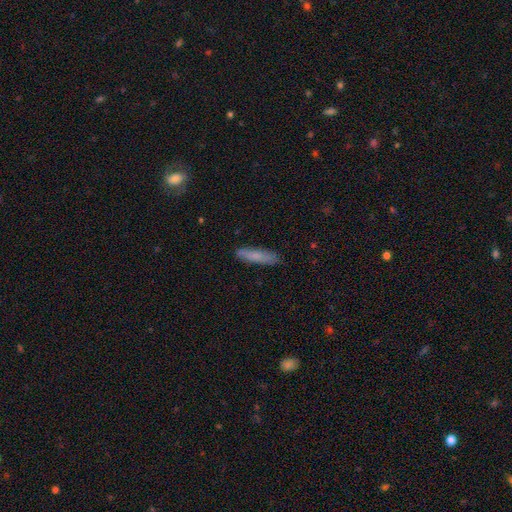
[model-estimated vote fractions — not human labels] Q: Smooth or featured?
A: smooth (79%); runner-up: featured or disk (15%)
Q: How rounded?
A: cigar-shaped (84%); runner-up: in between (14%)
Q: Merging?
A: none (85%); runner-up: minor disturbance (12%)